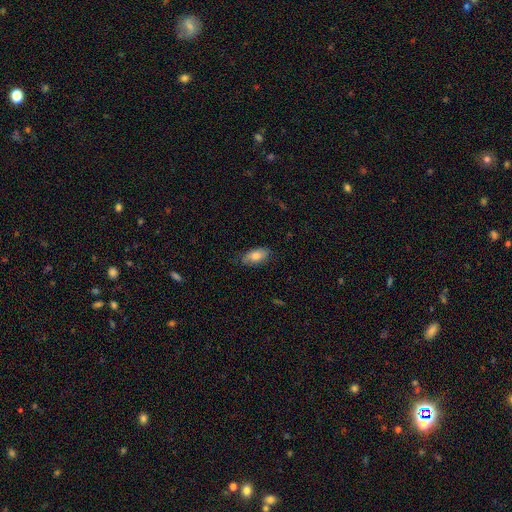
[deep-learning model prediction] smooth-or-featured: smooth: 76% | featured or disk: 17% | star or artifact: 7%
  how-rounded: in between: 90% | cigar-shaped: 6% | round: 4%
  merging: none: 77% | minor disturbance: 18% | major disturbance: 4% | merger: 1%